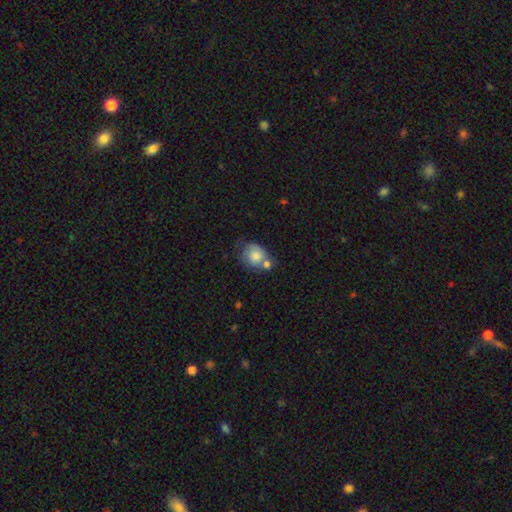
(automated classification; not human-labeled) A smooth galaxy with no disk features (77%) that is round (59%).

Vote fractions:
- Smooth or featured? smooth: 77% / featured or disk: 15% / star or artifact: 8%
- How rounded? round: 59% / in between: 40% / cigar-shaped: 1%
- Merging? none: 38% / merger: 35% / minor disturbance: 20% / major disturbance: 8%